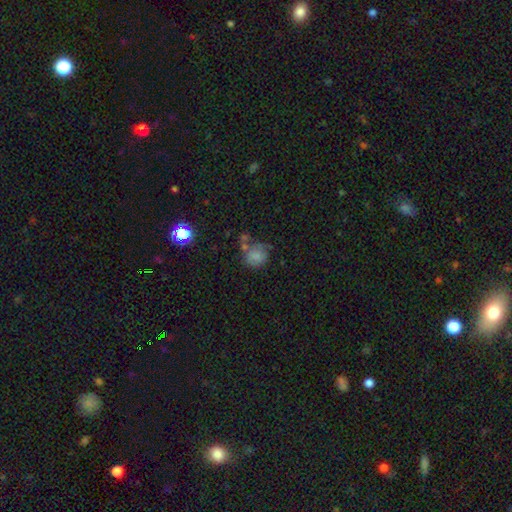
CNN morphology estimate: Q: Smooth or featured?
A: smooth (72%); runner-up: featured or disk (15%)
Q: How rounded?
A: round (74%); runner-up: in between (25%)
Q: Merging?
A: none (43%); runner-up: minor disturbance (25%)